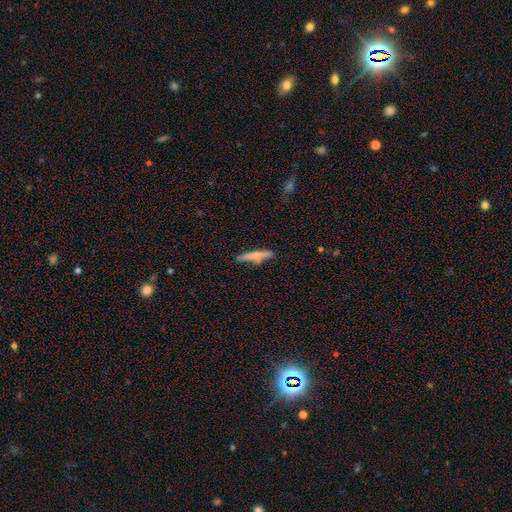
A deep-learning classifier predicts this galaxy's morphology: Overall: smooth (64%; featured or disk 30%). How rounded: cigar-shaped (91%). Merging: none (77%).